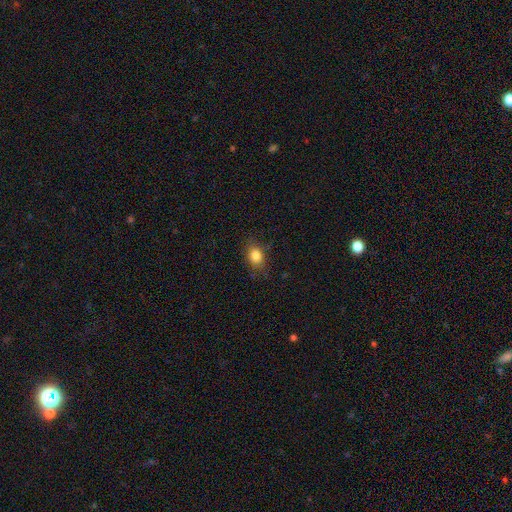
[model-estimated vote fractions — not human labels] smooth_or_featured: smooth (p=0.83) [alt: star or artifact p=0.10]
how_rounded: in between (p=0.64) [alt: round p=0.34]
merging: none (p=0.78) [alt: minor disturbance p=0.16]